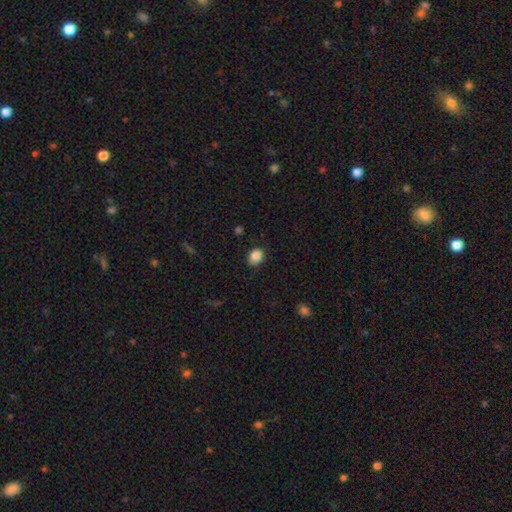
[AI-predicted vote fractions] Smooth or featured? Predicted: smooth (p=0.87). How rounded? Predicted: round (p=0.51). Merging? Predicted: none (p=0.83).